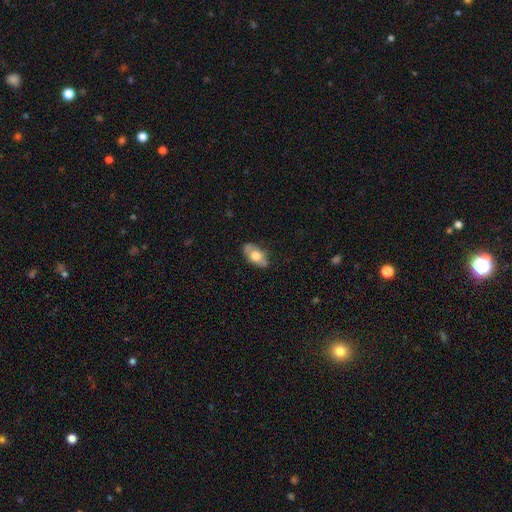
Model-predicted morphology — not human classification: A smooth galaxy with no disk features (61%) that is in between round and cigar-shaped (90%). Merging: none (76%).